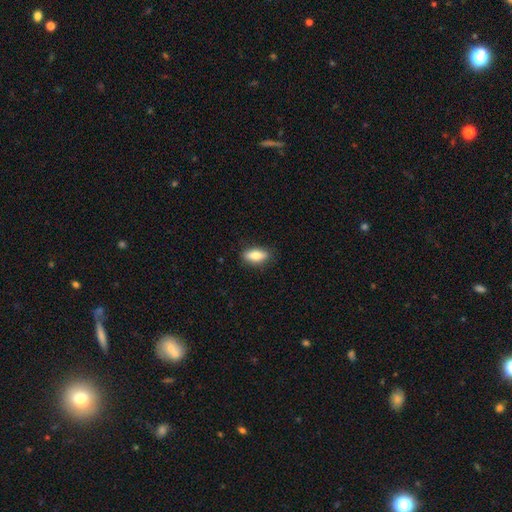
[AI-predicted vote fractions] smooth-or-featured: smooth: 79% | featured or disk: 14% | star or artifact: 7%
  how-rounded: in between: 80% | cigar-shaped: 16% | round: 4%
  merging: none: 86% | minor disturbance: 11% | major disturbance: 2% | merger: 1%